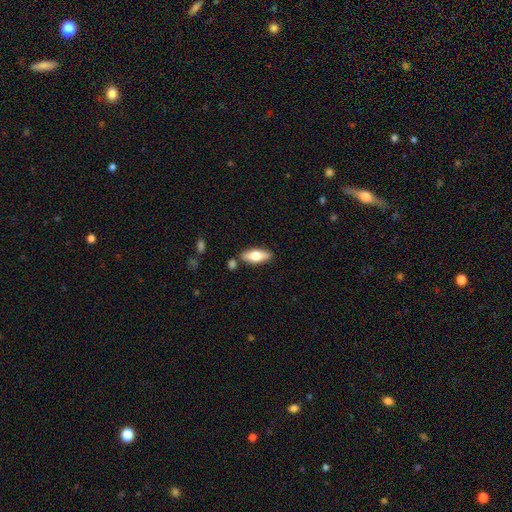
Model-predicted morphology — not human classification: smooth 66%, featured or disk 28%, star or artifact 6%. Down the decision tree: how rounded — in between (71%); merging — none (82%).